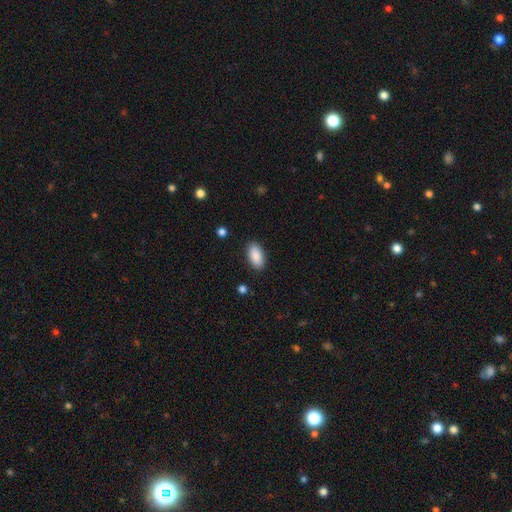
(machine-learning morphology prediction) Q: Smooth or featured?
A: smooth (89%); runner-up: star or artifact (6%)
Q: How rounded?
A: in between (93%); runner-up: cigar-shaped (4%)
Q: Merging?
A: none (88%); runner-up: minor disturbance (8%)